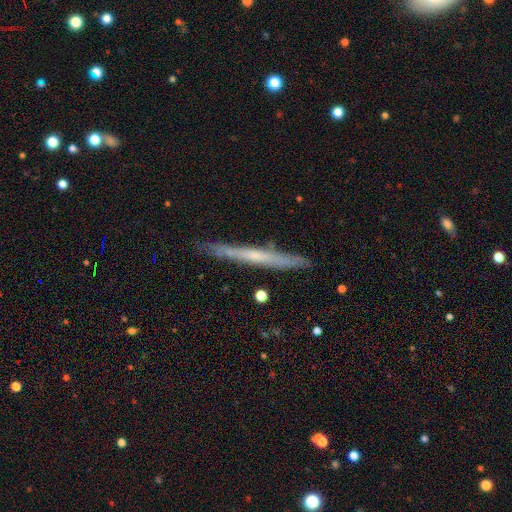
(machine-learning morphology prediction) Smooth or featured? featured or disk (57%)
Edge-on disk? yes (95%)
Edge-on bulge? none (75%)
Merging? none (85%)